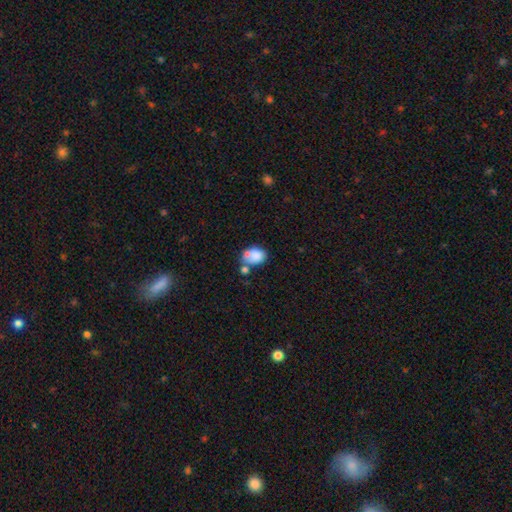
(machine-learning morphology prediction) The model was most divided on "merging": merger: 38%, none: 34%, minor disturbance: 18%, major disturbance: 9%. More confident: smooth or featured — smooth (75%); how rounded — in between (67%).